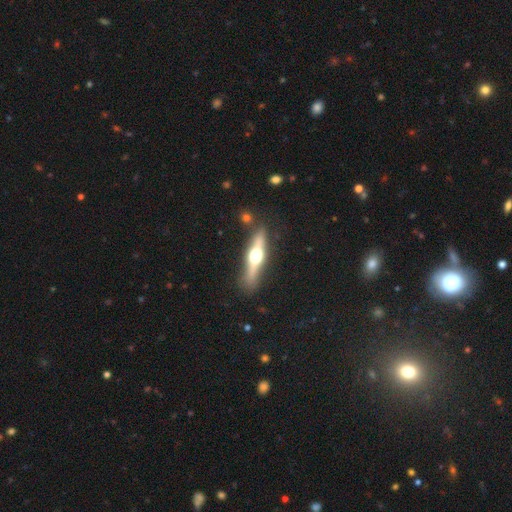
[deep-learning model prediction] Smooth or featured: featured or disk — 71% (smooth — 24%)
Edge-on disk: yes — 96% (no — 4%)
Edge-on bulge: rounded — 94% (boxy — 4%)
Merging: none — 83% (minor disturbance — 11%)